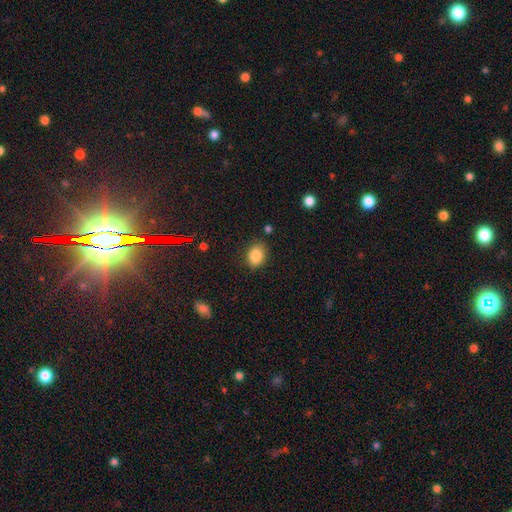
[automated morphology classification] Smooth or featured?
  - smooth: 85% *
  - star or artifact: 9%
  - featured or disk: 5%
How rounded?
  - in between: 64% *
  - round: 35%
  - cigar-shaped: 1%
Merging?
  - none: 83% *
  - minor disturbance: 12%
  - major disturbance: 3%
  - merger: 2%